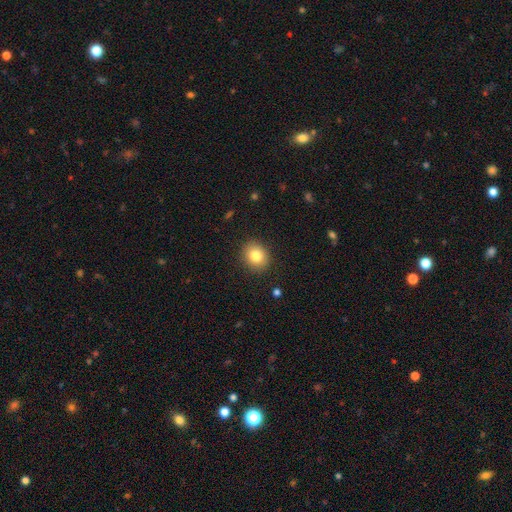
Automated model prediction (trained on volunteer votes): Smooth or featured? smooth (82%)
How rounded? round (66%)
Merging? none (89%)